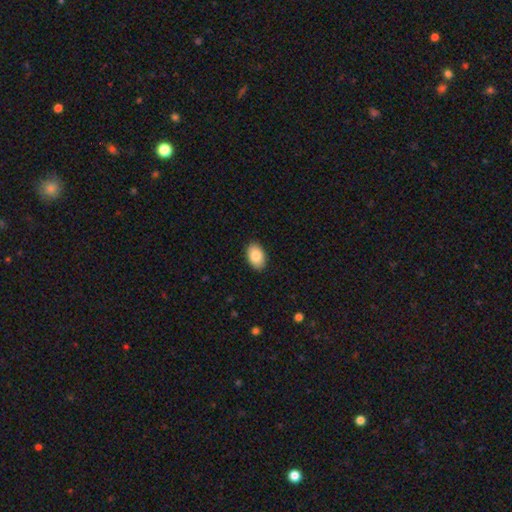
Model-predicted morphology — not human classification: Overall: smooth (86%). How rounded: in between (90%). Merging: none (90%).